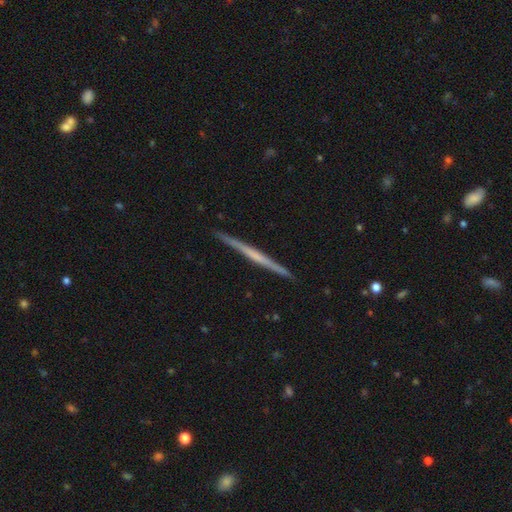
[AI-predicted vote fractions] Overall: featured or disk (67%; smooth 29%). Edge-on disk: yes (98%). Edge-on bulge: none (74%). Merging: none (92%).